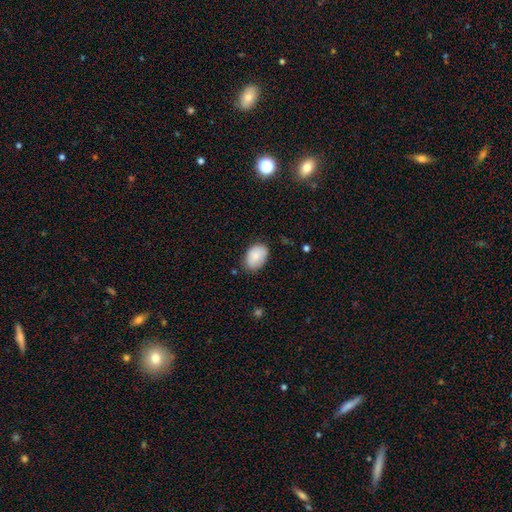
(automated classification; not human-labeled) smooth 85%, featured or disk 8%, star or artifact 7%. Down the decision tree: how rounded — in between (84%); merging — none (77%).